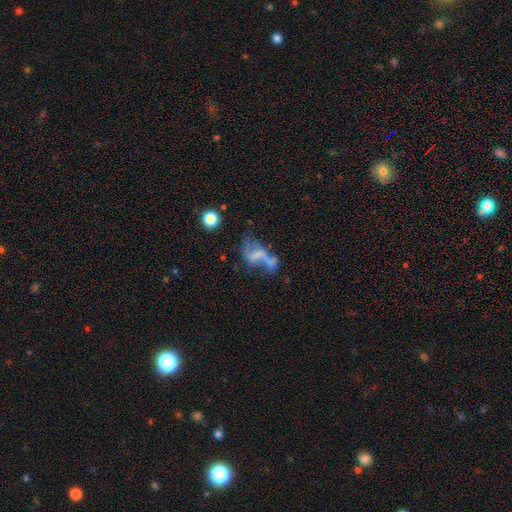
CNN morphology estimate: featured or disk 61%, smooth 25%, star or artifact 14%. Down the decision tree: edge-on disk — no (95%); bar — no (50%); spiral arms — yes (58%); bulge size — none (58%); merging — merger (31%).